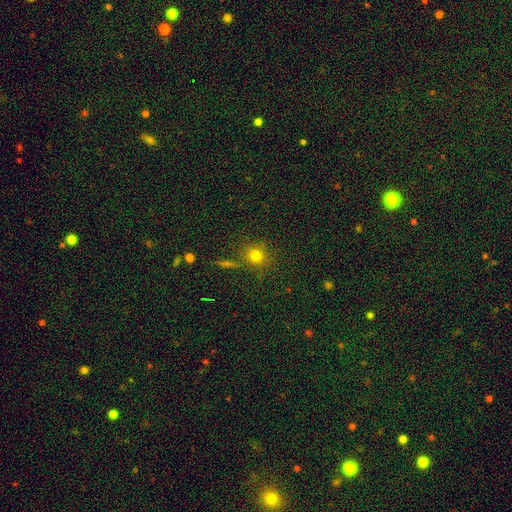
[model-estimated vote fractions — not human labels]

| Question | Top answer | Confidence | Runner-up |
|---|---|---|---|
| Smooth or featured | smooth | 74% | star or artifact (18%) |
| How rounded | round | 89% | in between (10%) |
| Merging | none | 80% | minor disturbance (10%) |